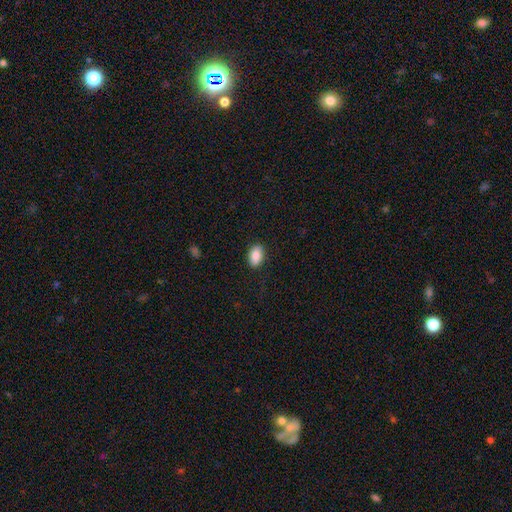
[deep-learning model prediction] Smooth or featured? Predicted: smooth (p=0.87). How rounded? Predicted: in between (p=0.89). Merging? Predicted: none (p=0.87).